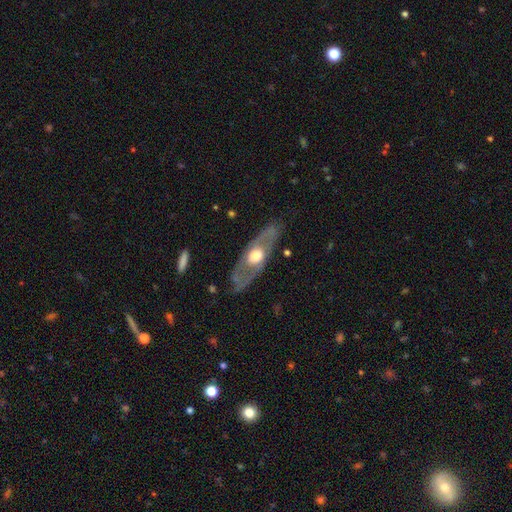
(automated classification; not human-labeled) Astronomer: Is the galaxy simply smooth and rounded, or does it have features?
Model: featured or disk — 68%.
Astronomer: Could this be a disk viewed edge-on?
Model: no — 65%.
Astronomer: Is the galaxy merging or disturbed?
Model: none — 78%.